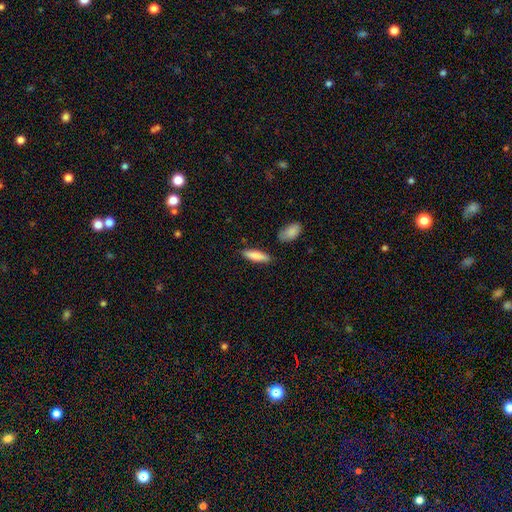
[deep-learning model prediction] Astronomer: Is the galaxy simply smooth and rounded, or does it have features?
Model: smooth — 86%.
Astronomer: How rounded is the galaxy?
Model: cigar-shaped — 56% (runner-up: in between, 42%).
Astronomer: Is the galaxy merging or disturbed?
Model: none — 83%.